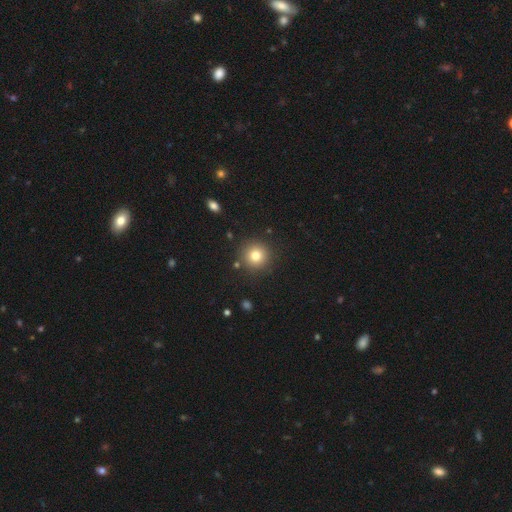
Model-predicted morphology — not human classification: smooth-or-featured: smooth: 78% | star or artifact: 13% | featured or disk: 9%
  how-rounded: round: 95% | in between: 4% | cigar-shaped: 1%
  merging: none: 88% | minor disturbance: 7% | merger: 3% | major disturbance: 2%